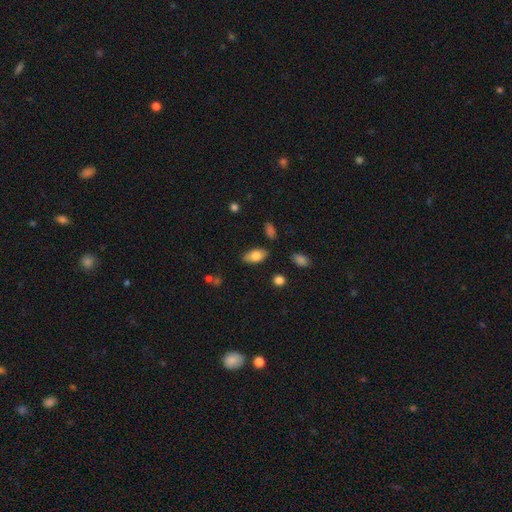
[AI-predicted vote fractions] A smooth galaxy with no disk features (77%) that is in between round and cigar-shaped (91%).

Vote fractions:
- Smooth or featured? smooth: 77% / featured or disk: 16% / star or artifact: 7%
- How rounded? in between: 91% / cigar-shaped: 5% / round: 4%
- Merging? none: 82% / minor disturbance: 13% / major disturbance: 3% / merger: 3%